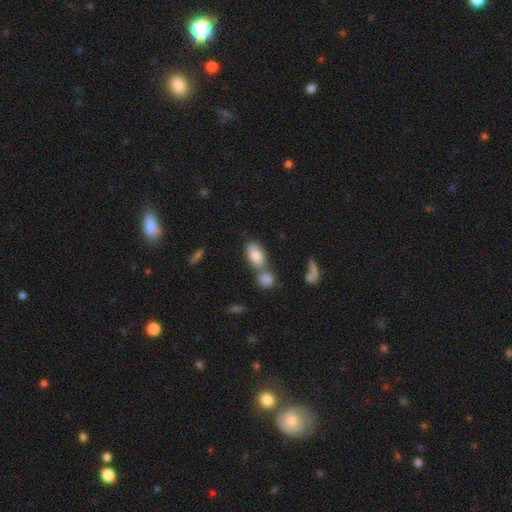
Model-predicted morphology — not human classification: Smooth or featured? Predicted: smooth (p=0.82). How rounded? Predicted: in between (p=0.91). Merging? Predicted: none (p=0.43).